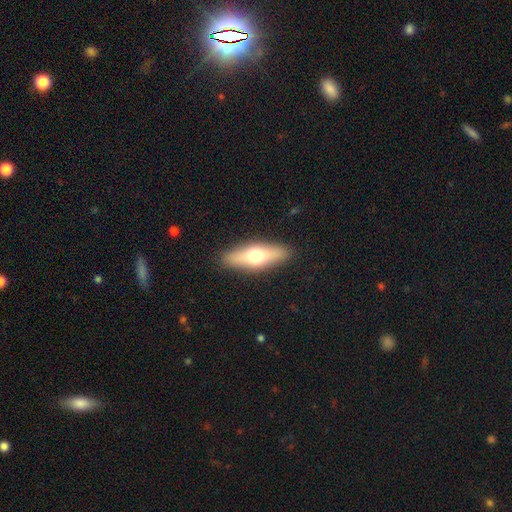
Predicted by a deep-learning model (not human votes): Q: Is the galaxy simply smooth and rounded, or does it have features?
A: smooth — 56%.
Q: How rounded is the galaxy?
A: in between — 51%.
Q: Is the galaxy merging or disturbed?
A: none — 89%.